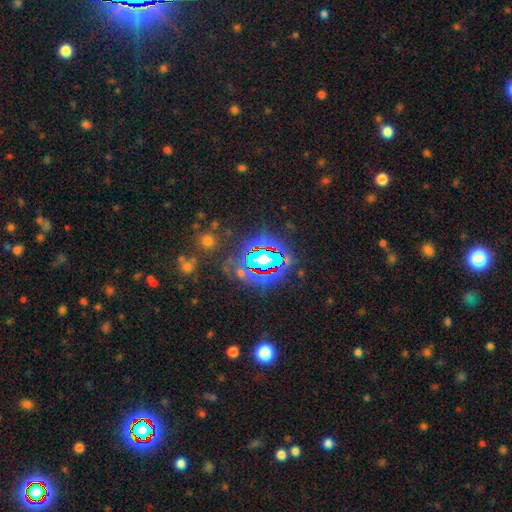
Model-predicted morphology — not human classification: Q: Smooth or featured?
A: star or artifact (80%); runner-up: smooth (12%)